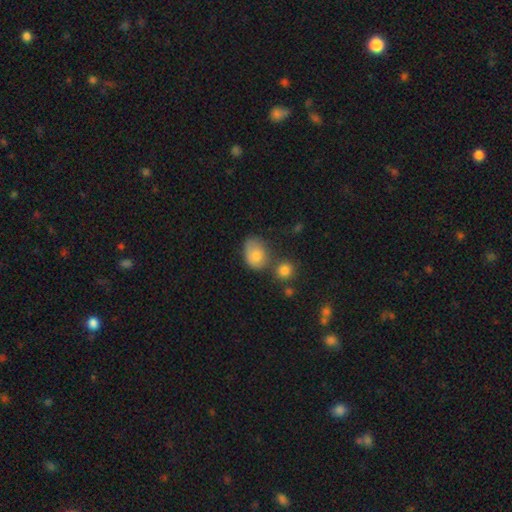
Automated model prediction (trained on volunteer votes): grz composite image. It shows a smooth galaxy with no disk features (77%) that is in between round and cigar-shaped (67%). Merging: none (44%).